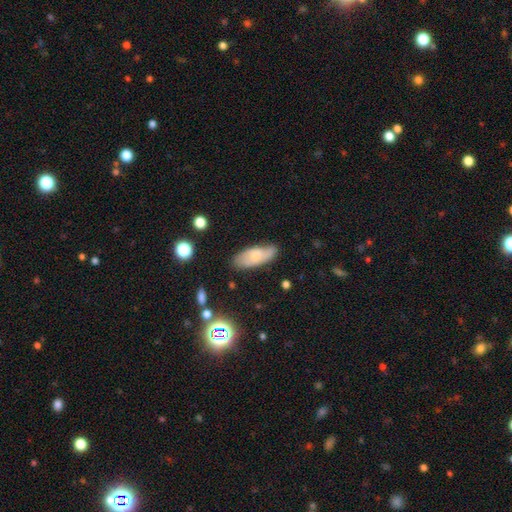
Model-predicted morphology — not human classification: The model was most divided on "smooth or featured": smooth: 60%, featured or disk: 32%, star or artifact: 8%. More confident: how rounded — in between (81%); merging — none (70%).